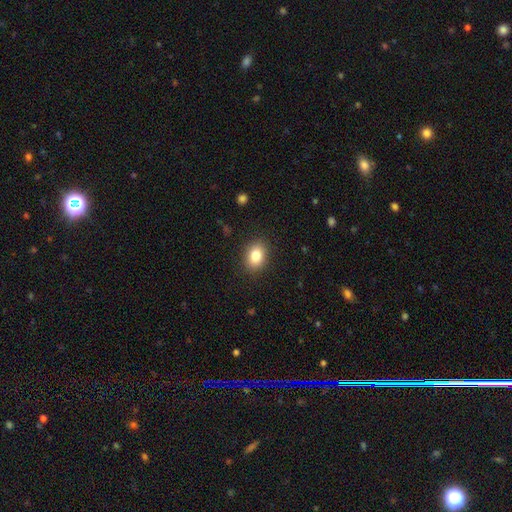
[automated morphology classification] smooth_or_featured: smooth (p=0.83) [alt: star or artifact p=0.09]
how_rounded: in between (p=0.66) [alt: round p=0.33]
merging: none (p=0.88) [alt: minor disturbance p=0.08]